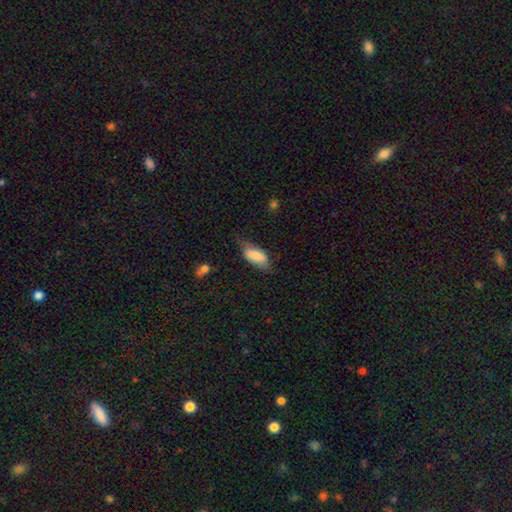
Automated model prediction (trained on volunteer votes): A smooth galaxy with no disk features (77%) that is in between round and cigar-shaped (81%).

Vote fractions:
- Smooth or featured? smooth: 77% / featured or disk: 16% / star or artifact: 7%
- How rounded? in between: 81% / cigar-shaped: 17% / round: 2%
- Merging? none: 44% / minor disturbance: 37% / major disturbance: 16% / merger: 3%